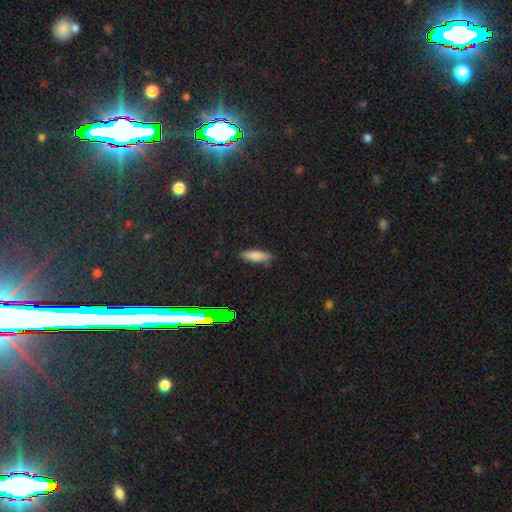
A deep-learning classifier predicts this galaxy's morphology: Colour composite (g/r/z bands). It shows a smooth galaxy with no disk features (77%) that is in between round and cigar-shaped (52%). Merging: none (83%).